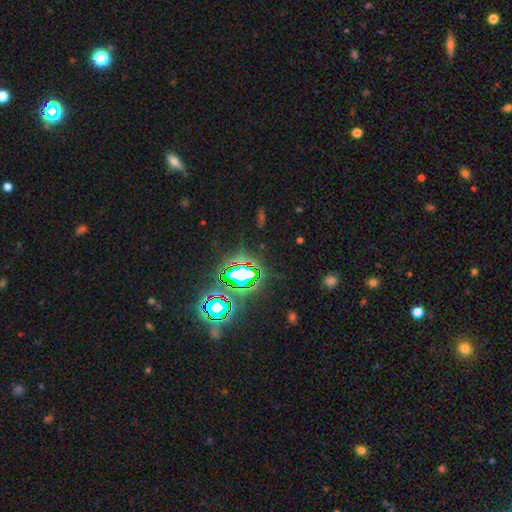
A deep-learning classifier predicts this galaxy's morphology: type=star or artifact (80%).